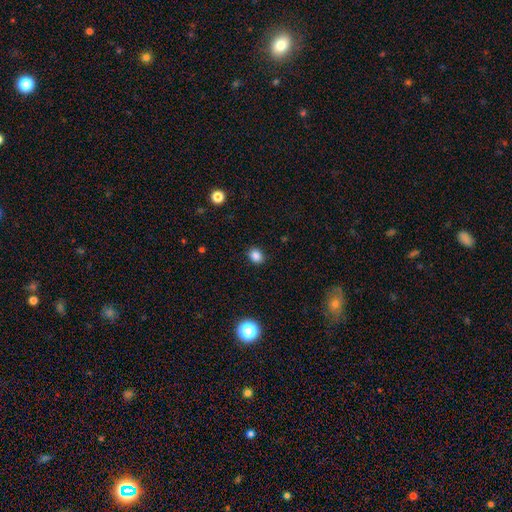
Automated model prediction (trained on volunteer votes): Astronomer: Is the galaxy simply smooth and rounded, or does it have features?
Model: smooth — 85%.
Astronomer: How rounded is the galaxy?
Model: round — 57% (runner-up: in between, 42%).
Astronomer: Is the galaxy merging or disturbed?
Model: none — 89%.